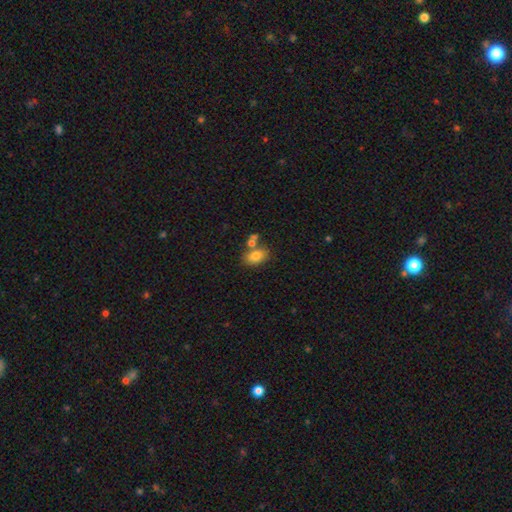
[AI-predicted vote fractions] Morphology: type=smooth (79%); roundness=in between (81%); merging=none (59%).